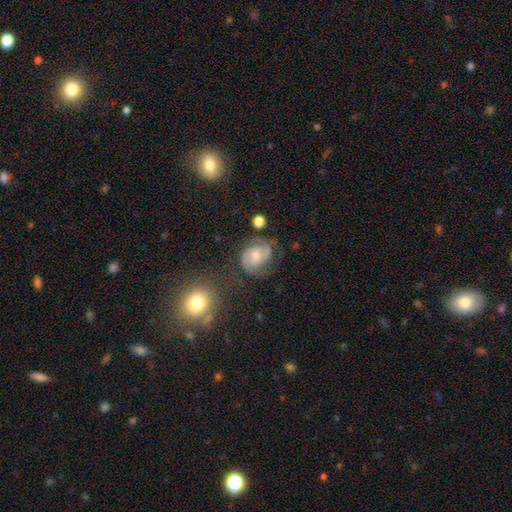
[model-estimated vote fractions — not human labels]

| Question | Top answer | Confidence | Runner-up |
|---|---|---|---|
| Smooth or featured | featured or disk | 65% | smooth (27%) |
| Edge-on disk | no | 97% | yes (3%) |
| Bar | no | 50% | weak (41%) |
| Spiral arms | yes | 84% | no (16%) |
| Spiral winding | medium | 43% | tight (42%) |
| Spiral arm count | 2 | 70% | can't tell (17%) |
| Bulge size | moderate | 58% | small (29%) |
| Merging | none | 56% | minor disturbance (23%) |